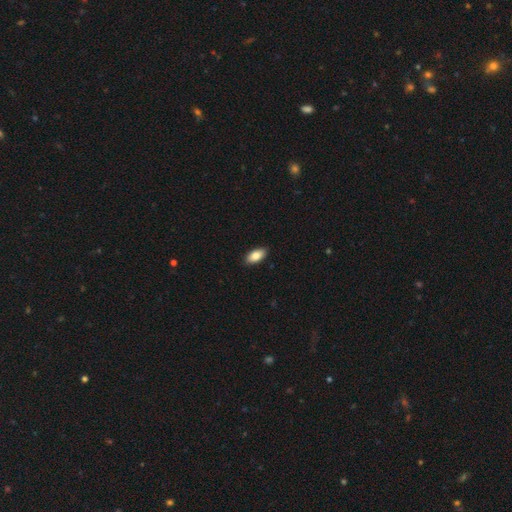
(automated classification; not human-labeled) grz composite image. It shows a smooth galaxy with no disk features (85%) that is in between round and cigar-shaped (92%). Merging: none (89%).